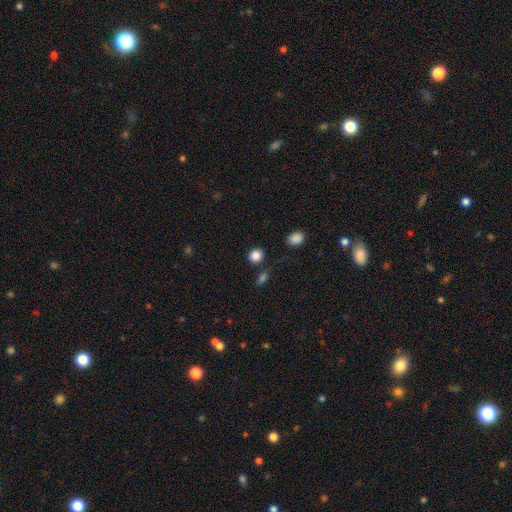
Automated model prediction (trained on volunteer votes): A smooth galaxy with no disk features (86%) that is round (79%).

Vote fractions:
- Smooth or featured? smooth: 86% / star or artifact: 10% / featured or disk: 4%
- How rounded? round: 79% / in between: 20% / cigar-shaped: 1%
- Merging? none: 80% / minor disturbance: 10% / merger: 6% / major disturbance: 4%